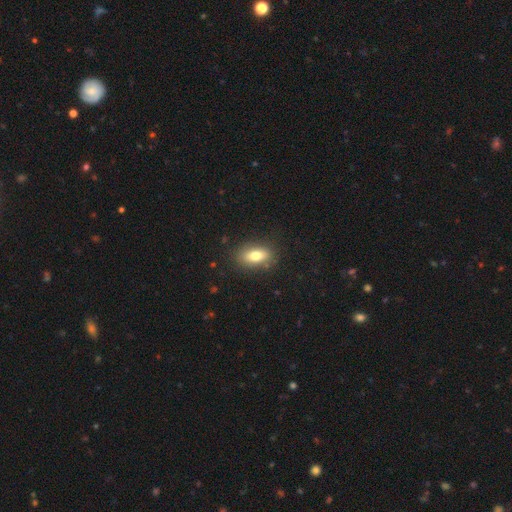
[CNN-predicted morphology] Smooth or featured? smooth (76%)
How rounded? in between (84%)
Merging? none (85%)